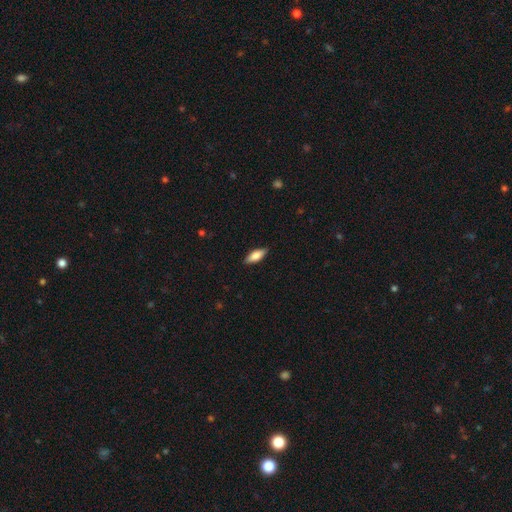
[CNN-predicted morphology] smooth-or-featured: smooth: 79% | featured or disk: 15% | star or artifact: 6%
  how-rounded: in between: 74% | cigar-shaped: 24% | round: 2%
  merging: none: 88% | minor disturbance: 9% | major disturbance: 2% | merger: 1%